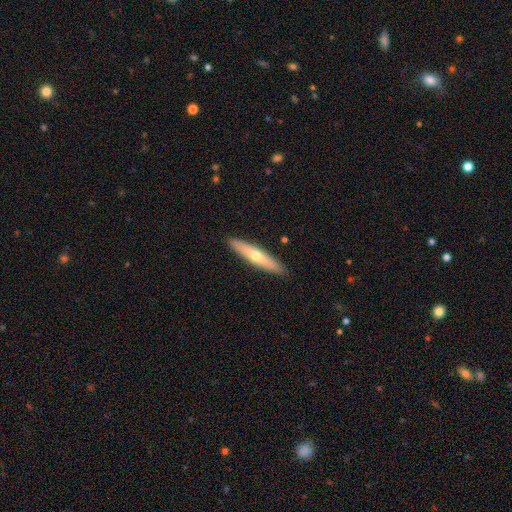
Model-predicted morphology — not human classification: smooth-or-featured: smooth: 50% | featured or disk: 45% | star or artifact: 5%
  merging: none: 91% | minor disturbance: 7% | major disturbance: 1% | merger: 1%